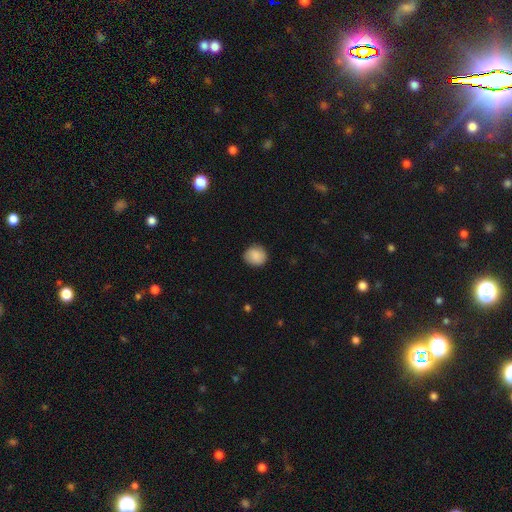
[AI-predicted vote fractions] smooth-or-featured: smooth: 86% | star or artifact: 7% | featured or disk: 7%
  how-rounded: round: 83% | in between: 16% | cigar-shaped: 1%
  merging: none: 87% | minor disturbance: 10% | major disturbance: 2% | merger: 1%